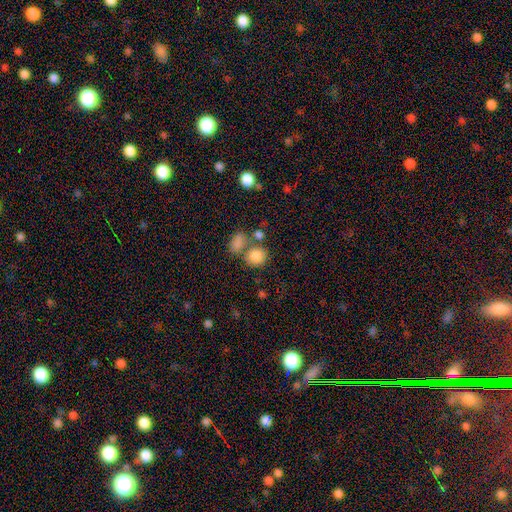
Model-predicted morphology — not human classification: Smooth or featured? Predicted: smooth (p=0.82). How rounded? Predicted: round (p=0.73). Merging? Predicted: none (p=0.54).